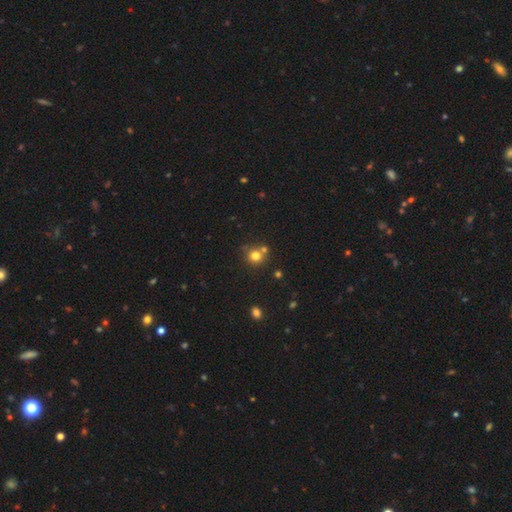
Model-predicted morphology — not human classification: Smooth or featured? smooth (76%)
How rounded? round (89%)
Merging? none (63%)